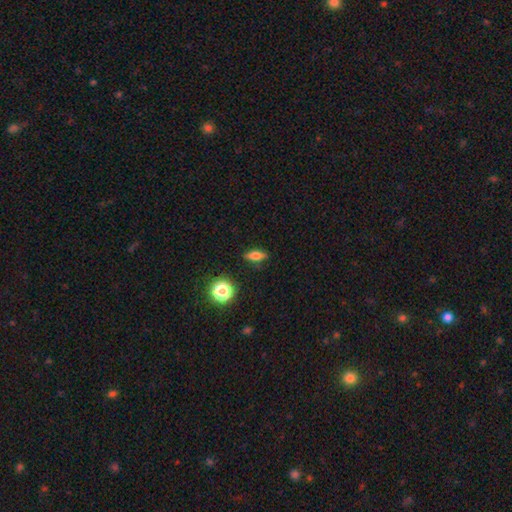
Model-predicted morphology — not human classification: Smooth or featured?
  - smooth: 65% *
  - featured or disk: 22%
  - star or artifact: 13%
How rounded?
  - in between: 64% *
  - cigar-shaped: 24%
  - round: 12%
Merging?
  - none: 86% *
  - minor disturbance: 10%
  - major disturbance: 2%
  - merger: 2%